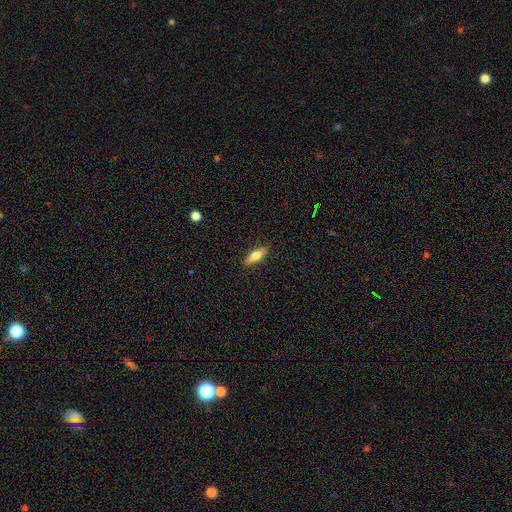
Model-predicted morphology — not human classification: smooth-or-featured: smooth: 69% | featured or disk: 25% | star or artifact: 7%
  how-rounded: in between: 56% | cigar-shaped: 42% | round: 2%
  merging: none: 88% | minor disturbance: 9% | major disturbance: 2% | merger: 1%